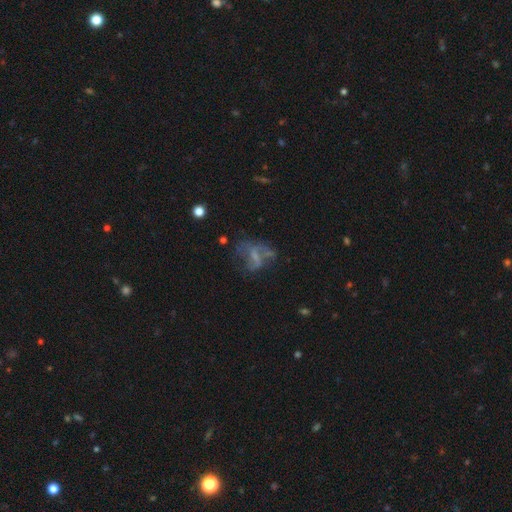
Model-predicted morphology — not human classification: smooth_or_featured: featured or disk (p=0.56) [alt: smooth p=0.28]
disk_edge_on: no (p=0.96) [alt: yes p=0.04]
bar: no (p=0.50) [alt: weak p=0.34]
has_spiral_arms: no (p=0.63) [alt: yes p=0.37]
bulge_size: none (p=0.52) [alt: small p=0.29]
merging: major disturbance (p=0.41) [alt: none p=0.33]